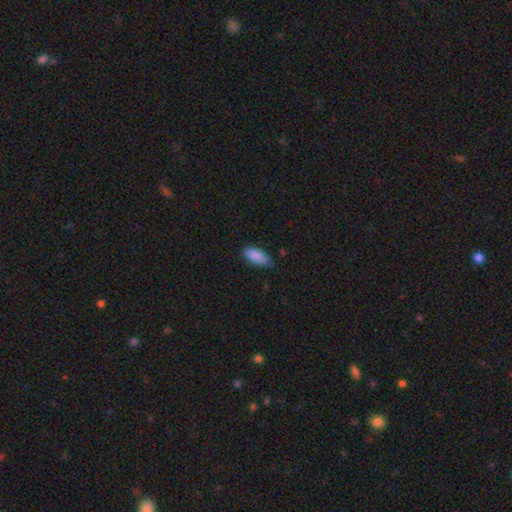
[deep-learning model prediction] Smooth or featured? smooth (89%)
How rounded? in between (86%)
Merging? none (73%)